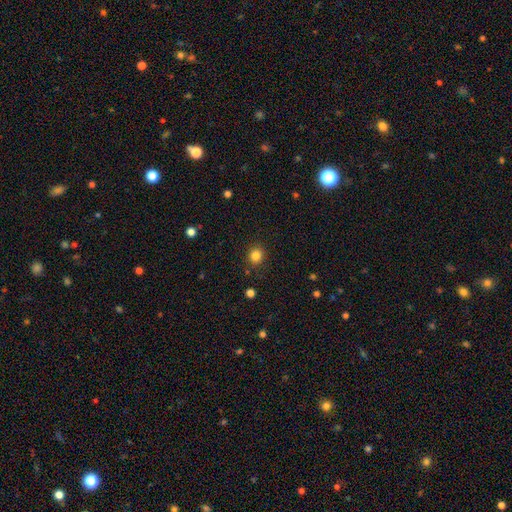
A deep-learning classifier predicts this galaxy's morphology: Overall: smooth (83%). How rounded: round (83%). Merging: none (88%).